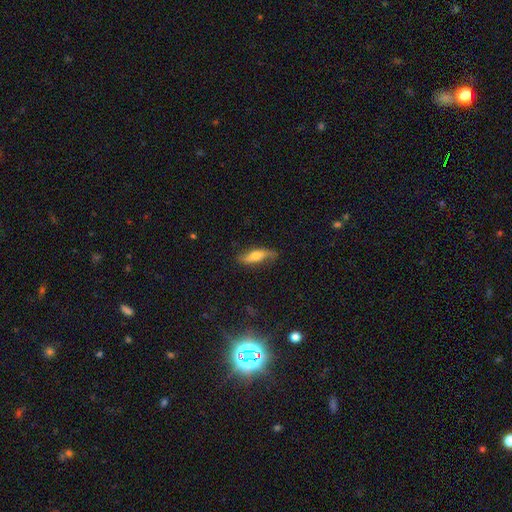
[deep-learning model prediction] Overall: smooth (56%; featured or disk 36%). How rounded: cigar-shaped (54%; in between 44%). Merging: none (72%).